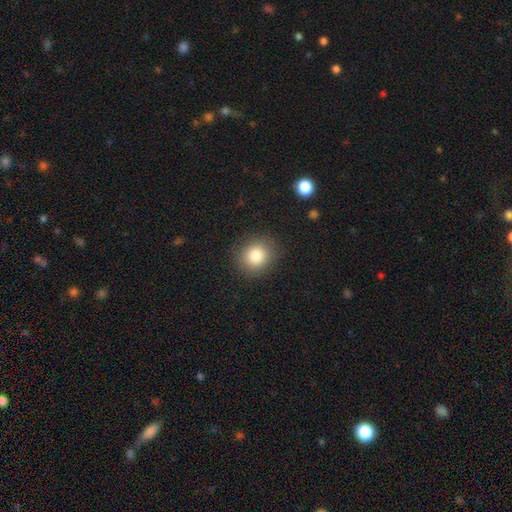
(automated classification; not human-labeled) A smooth galaxy with no disk features (82%) that is round (82%).

Vote fractions:
- Smooth or featured? smooth: 82% / star or artifact: 10% / featured or disk: 7%
- How rounded? round: 82% / in between: 17% / cigar-shaped: 1%
- Merging? none: 88% / minor disturbance: 8% / major disturbance: 3% / merger: 1%